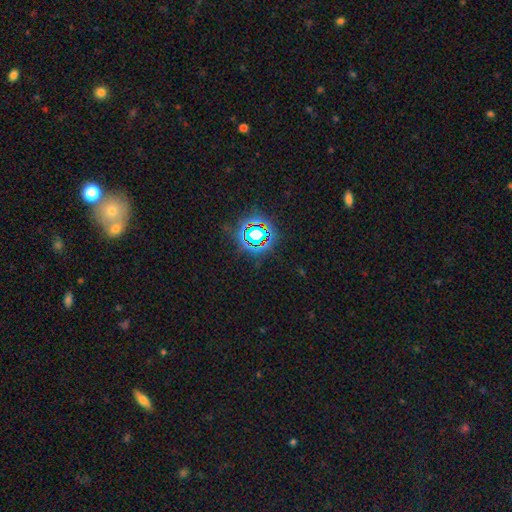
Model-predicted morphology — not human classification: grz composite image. It shows a star or artifact, not a galaxy (77%).